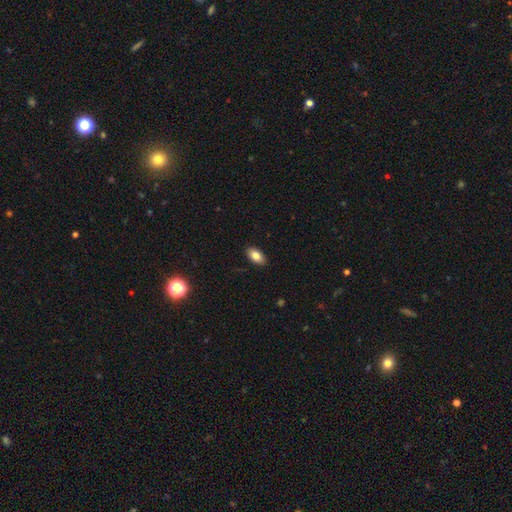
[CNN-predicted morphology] A smooth galaxy with no disk features (82%) that is in between round and cigar-shaped (93%).

Vote fractions:
- Smooth or featured? smooth: 82% / featured or disk: 10% / star or artifact: 8%
- How rounded? in between: 93% / round: 4% / cigar-shaped: 3%
- Merging? none: 89% / minor disturbance: 9% / major disturbance: 2% / merger: 1%